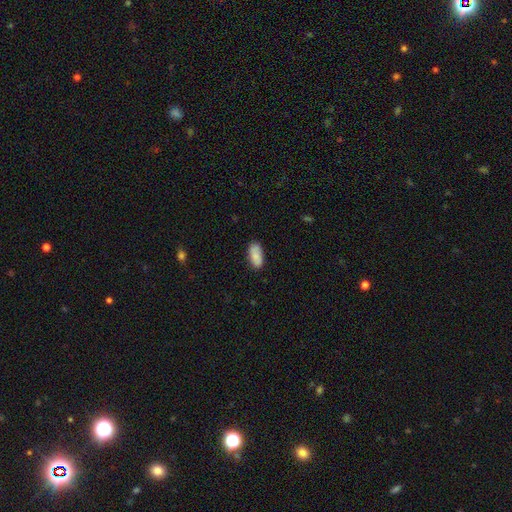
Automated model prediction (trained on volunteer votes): A smooth galaxy with no disk features (84%) that is in between round and cigar-shaped (91%). Merging: none (81%).